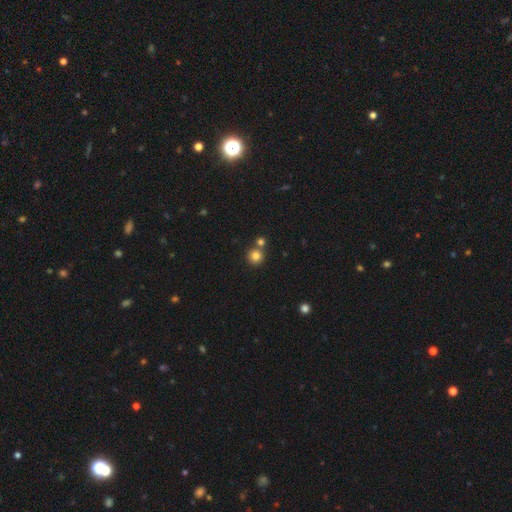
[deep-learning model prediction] Smooth or featured? smooth (82%)
How rounded? round (94%)
Merging? none (71%)